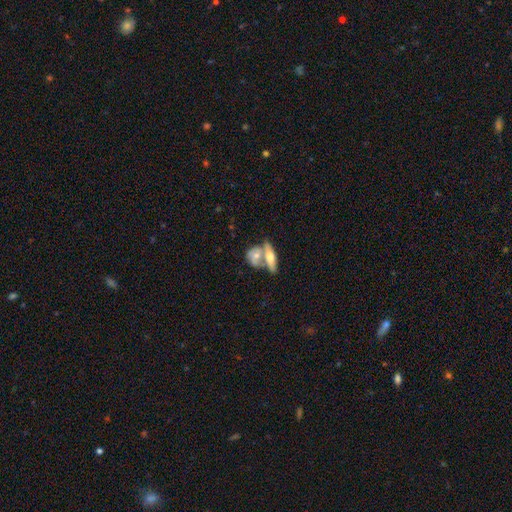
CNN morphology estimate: Smooth or featured? smooth (53%)
How rounded? in between (64%)
Merging? merger (60%)